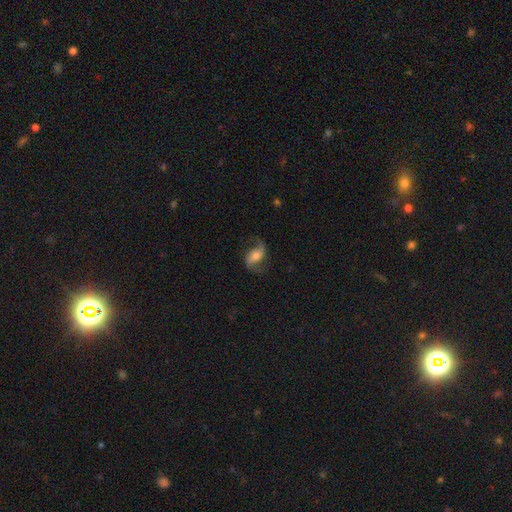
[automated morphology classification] Q: Smooth or featured?
A: featured or disk (74%); runner-up: smooth (19%)
Q: Edge-on disk?
A: no (96%); runner-up: yes (4%)
Q: Bar?
A: no (41%); runner-up: weak (36%)
Q: Spiral arms?
A: yes (94%); runner-up: no (6%)
Q: Spiral winding?
A: loose (69%); runner-up: medium (25%)
Q: Spiral arm count?
A: 2 (91%); runner-up: 1 (3%)
Q: Bulge size?
A: moderate (54%); runner-up: small (27%)
Q: Merging?
A: none (73%); runner-up: minor disturbance (16%)